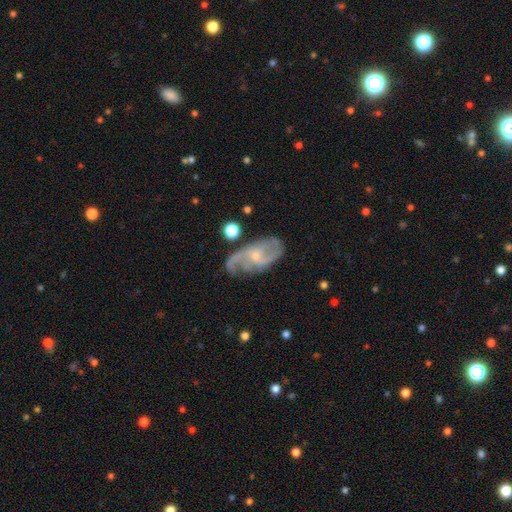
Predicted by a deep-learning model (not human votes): Smooth or featured?
  - featured or disk: 84% *
  - smooth: 10%
  - star or artifact: 6%
Edge-on disk?
  - no: 96% *
  - yes: 4%
Bar?
  - no: 56% *
  - weak: 35%
  - strong: 8%
Spiral arms?
  - yes: 94% *
  - no: 6%
Spiral winding?
  - medium: 45% *
  - loose: 35%
  - tight: 20%
Spiral arm count?
  - 2: 68% *
  - can't tell: 12%
  - 3: 10%
  - 1: 4%
  - 4: 3%
  - more than 4: 3%
Bulge size?
  - small: 75% *
  - moderate: 20%
  - none: 3%
  - large: 1%
  - dominant: 1%
Merging?
  - none: 66% *
  - minor disturbance: 22%
  - major disturbance: 10%
  - merger: 3%